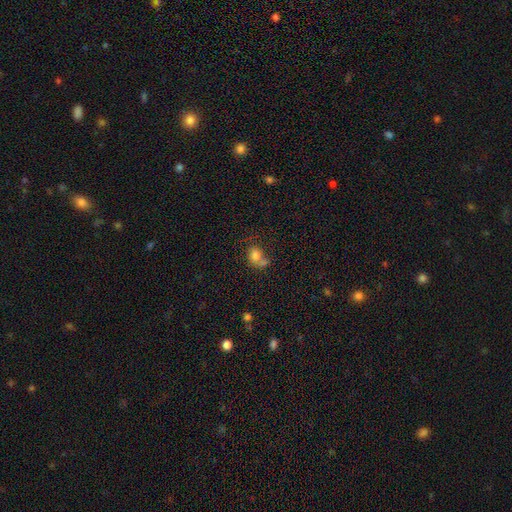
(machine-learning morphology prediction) Q: Smooth or featured?
A: smooth (76%); runner-up: featured or disk (12%)
Q: How rounded?
A: round (64%); runner-up: in between (35%)
Q: Merging?
A: none (37%); runner-up: merger (36%)